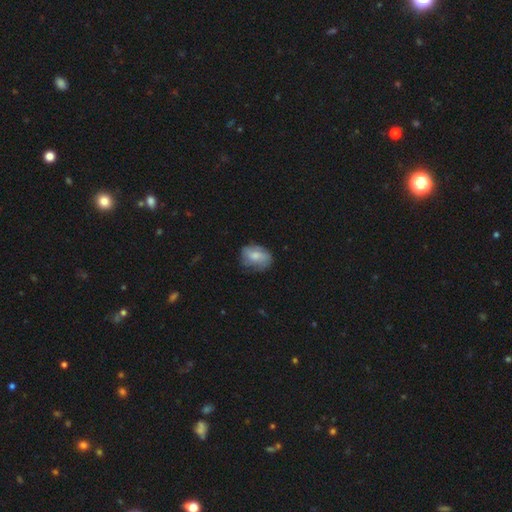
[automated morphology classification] Overall: smooth (65%; featured or disk 28%). How rounded: in between (71%). Merging: none (62%; minor disturbance 27%).